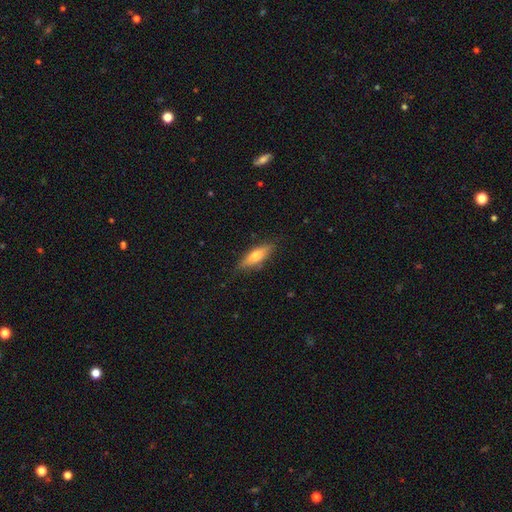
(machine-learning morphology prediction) smooth-or-featured: smooth: 62% | featured or disk: 32% | star or artifact: 6%
  how-rounded: cigar-shaped: 52% | in between: 45% | round: 3%
  merging: none: 84% | minor disturbance: 12% | major disturbance: 3% | merger: 1%